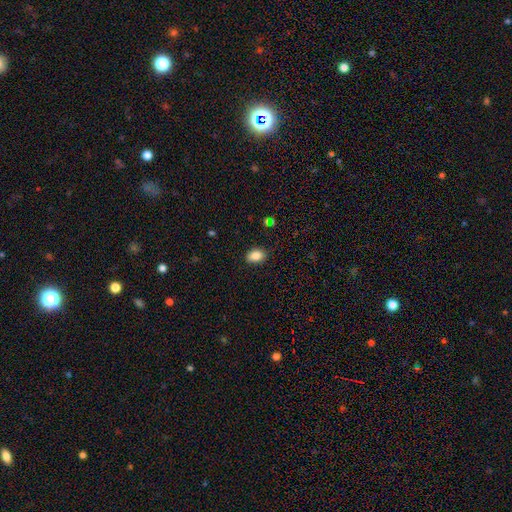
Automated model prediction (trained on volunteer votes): smooth_or_featured: smooth (p=0.86) [alt: star or artifact p=0.08]
how_rounded: in between (p=0.83) [alt: round p=0.16]
merging: none (p=0.86) [alt: minor disturbance p=0.10]